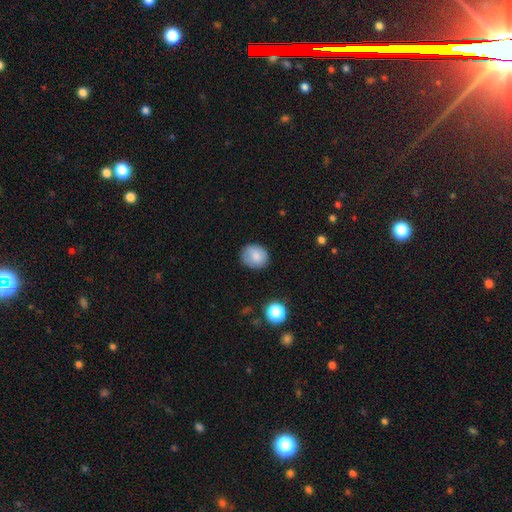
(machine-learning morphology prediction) The model was most divided on "how rounded": round: 75%, in between: 24%, cigar-shaped: 1%. More confident: smooth or featured — smooth (81%); merging — none (80%).